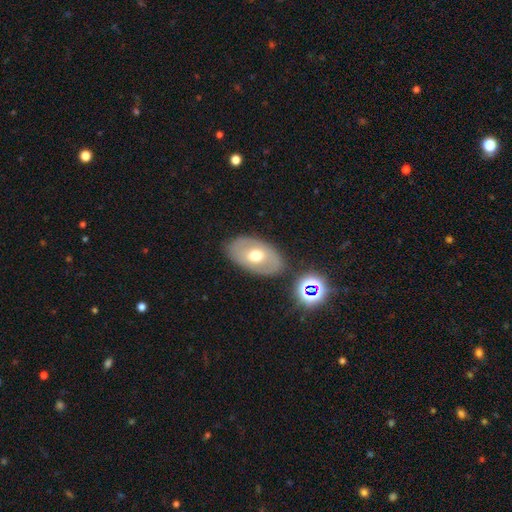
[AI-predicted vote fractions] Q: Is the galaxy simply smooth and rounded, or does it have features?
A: smooth — 49%.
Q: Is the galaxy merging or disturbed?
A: none — 80%.